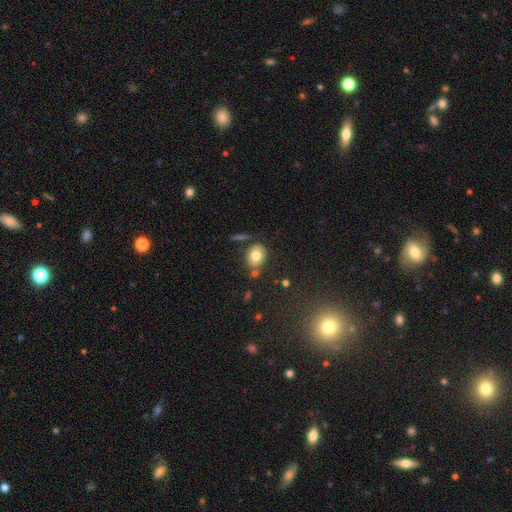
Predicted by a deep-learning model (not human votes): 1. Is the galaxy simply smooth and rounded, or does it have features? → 75% smooth, 16% featured or disk, 9% star or artifact.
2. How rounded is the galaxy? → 53% in between, 46% round, 1% cigar-shaped.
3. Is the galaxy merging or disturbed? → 70% none, 15% minor disturbance, 11% merger, 4% major disturbance.